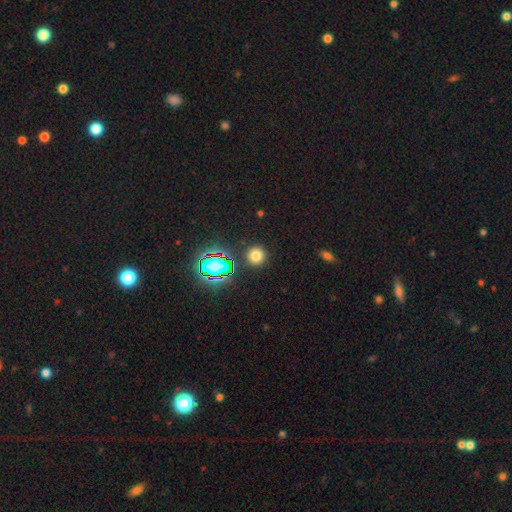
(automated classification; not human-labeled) A smooth galaxy with no disk features (72%) that is round (93%).

Vote fractions:
- Smooth or featured? smooth: 72% / star or artifact: 21% / featured or disk: 7%
- How rounded? round: 93% / in between: 6% / cigar-shaped: 1%
- Merging? none: 89% / minor disturbance: 6% / major disturbance: 2% / merger: 2%